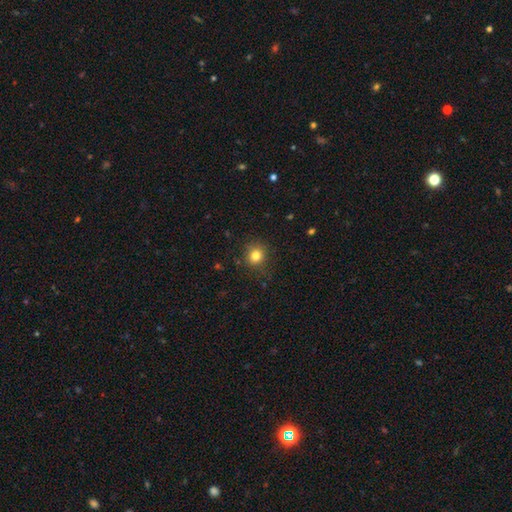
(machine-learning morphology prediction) smooth_or_featured: smooth (p=0.81) [alt: star or artifact p=0.13]
how_rounded: round (p=0.85) [alt: in between p=0.14]
merging: none (p=0.85) [alt: minor disturbance p=0.10]